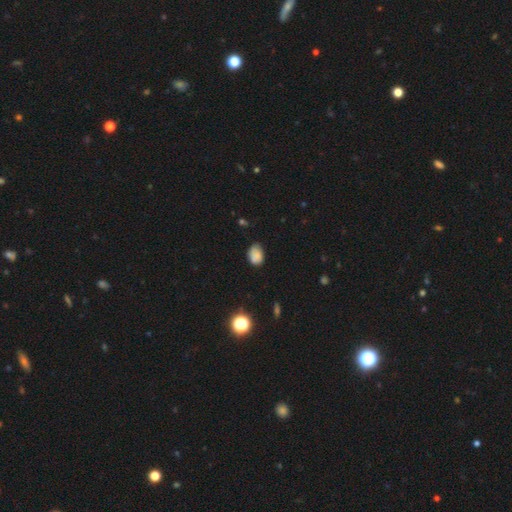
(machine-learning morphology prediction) type=smooth (81%); roundness=in between (75%); merging=none (59%).